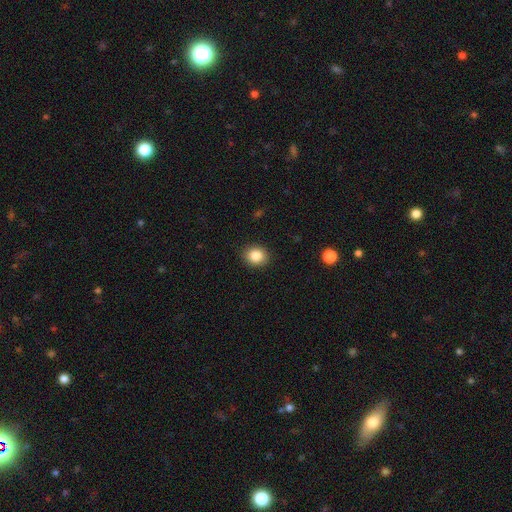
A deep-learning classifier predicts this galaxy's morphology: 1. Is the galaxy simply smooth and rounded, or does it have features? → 85% smooth, 10% star or artifact, 5% featured or disk.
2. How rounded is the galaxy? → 69% round, 30% in between, 1% cigar-shaped.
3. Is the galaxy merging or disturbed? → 90% none, 7% minor disturbance, 2% major disturbance, 1% merger.